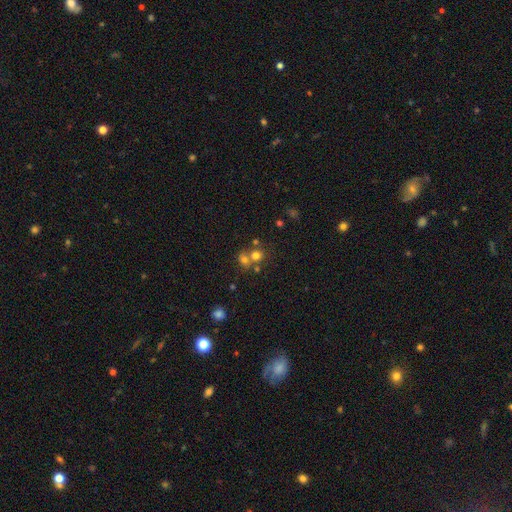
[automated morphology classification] Smooth or featured? Predicted: smooth (p=0.68). How rounded? Predicted: round (p=0.80). Merging? Predicted: merger (p=0.48).